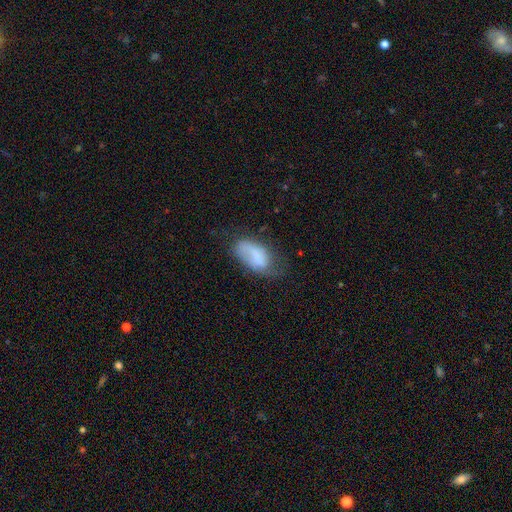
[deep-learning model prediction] A smooth galaxy with no disk features (68%) that is in between round and cigar-shaped (93%).

Vote fractions:
- Smooth or featured? smooth: 68% / featured or disk: 24% / star or artifact: 8%
- How rounded? in between: 93% / round: 4% / cigar-shaped: 3%
- Merging? none: 41% / minor disturbance: 33% / major disturbance: 21% / merger: 4%